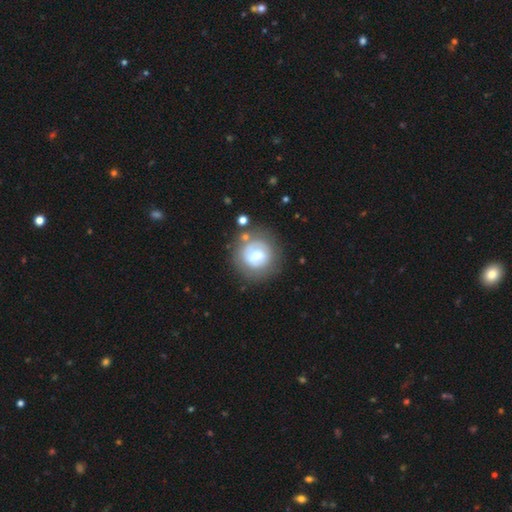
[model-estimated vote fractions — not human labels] A smooth galaxy with no disk features (48%). Merging: none (66%).